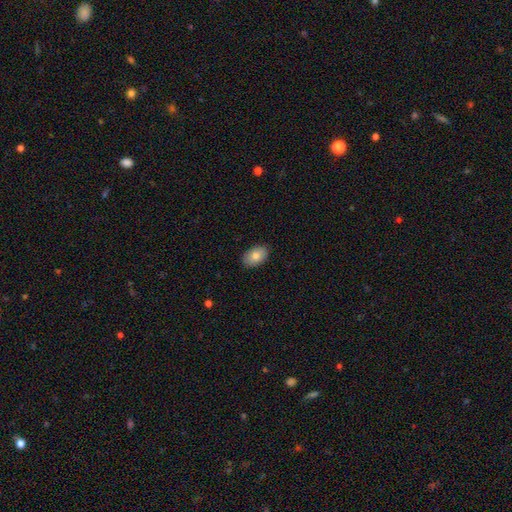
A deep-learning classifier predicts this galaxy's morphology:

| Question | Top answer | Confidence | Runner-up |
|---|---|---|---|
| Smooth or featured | smooth | 80% | featured or disk (13%) |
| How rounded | in between | 90% | round (9%) |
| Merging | none | 88% | minor disturbance (9%) |